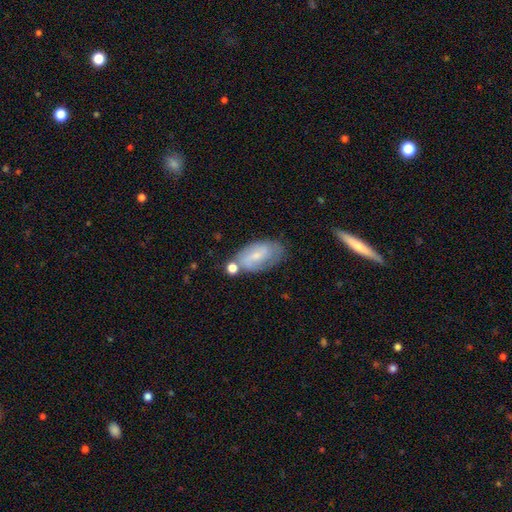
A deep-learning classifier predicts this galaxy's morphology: Overall: featured or disk (47%; smooth 45%). Merging: none (54%; minor disturbance 25%).